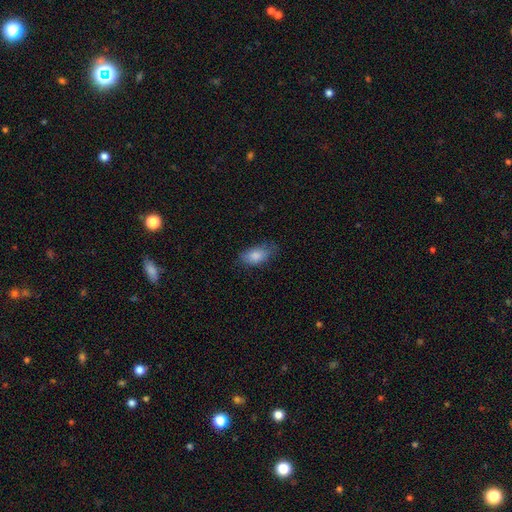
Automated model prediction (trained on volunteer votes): Smooth or featured: smooth — 85% (featured or disk — 8%)
How rounded: in between — 91% (round — 5%)
Merging: none — 67% (minor disturbance — 25%)